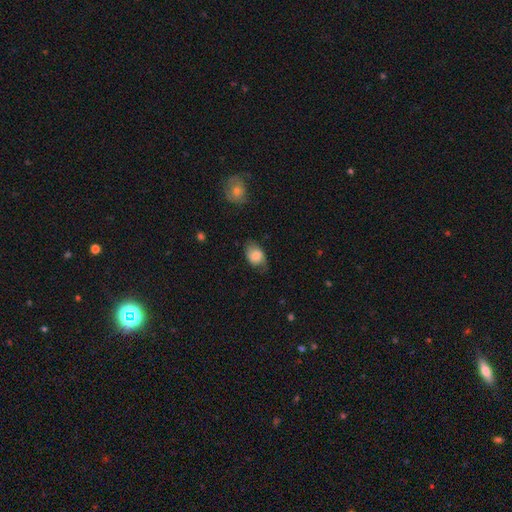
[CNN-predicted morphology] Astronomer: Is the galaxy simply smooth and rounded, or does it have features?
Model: smooth — 70%.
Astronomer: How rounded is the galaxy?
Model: in between — 78%.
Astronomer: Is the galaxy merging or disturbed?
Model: none — 57%.